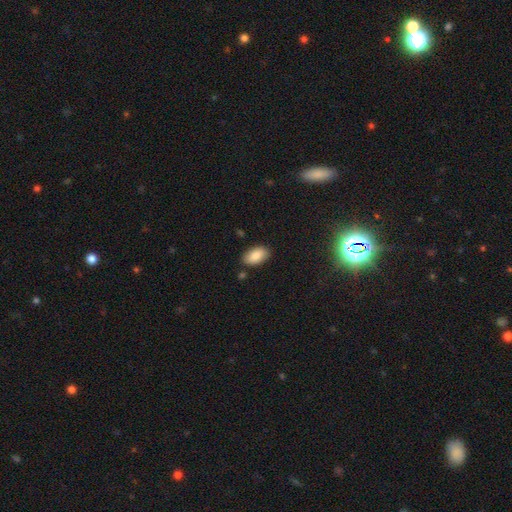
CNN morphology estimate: A smooth galaxy with no disk features (87%) that is in between round and cigar-shaped (94%). Merging: none (84%).